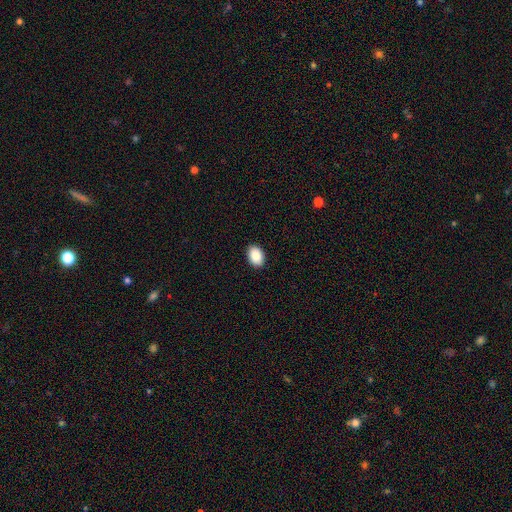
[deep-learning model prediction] A smooth galaxy with no disk features (90%) that is in between round and cigar-shaped (83%).

Vote fractions:
- Smooth or featured? smooth: 90% / star or artifact: 7% / featured or disk: 3%
- How rounded? in between: 83% / round: 16% / cigar-shaped: 1%
- Merging? none: 90% / minor disturbance: 7% / major disturbance: 2% / merger: 1%